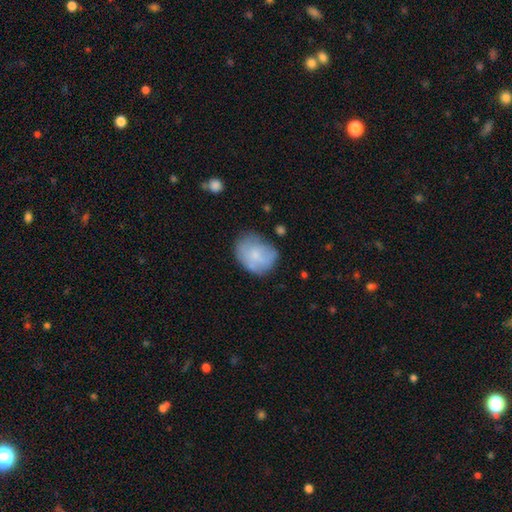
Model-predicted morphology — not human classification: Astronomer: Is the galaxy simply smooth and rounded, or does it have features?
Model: smooth — 69%.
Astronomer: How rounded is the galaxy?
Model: in between — 51% (runner-up: round, 48%).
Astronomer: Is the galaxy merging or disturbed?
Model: none — 54% (runner-up: minor disturbance, 31%).